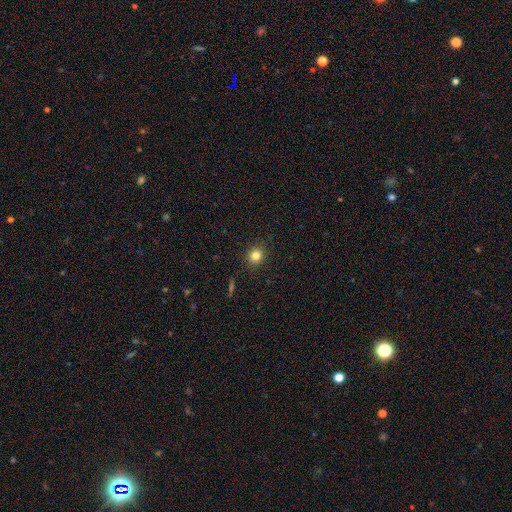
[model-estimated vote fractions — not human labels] Q: Smooth or featured?
A: smooth (81%); runner-up: star or artifact (13%)
Q: How rounded?
A: round (86%); runner-up: in between (13%)
Q: Merging?
A: none (90%); runner-up: minor disturbance (7%)